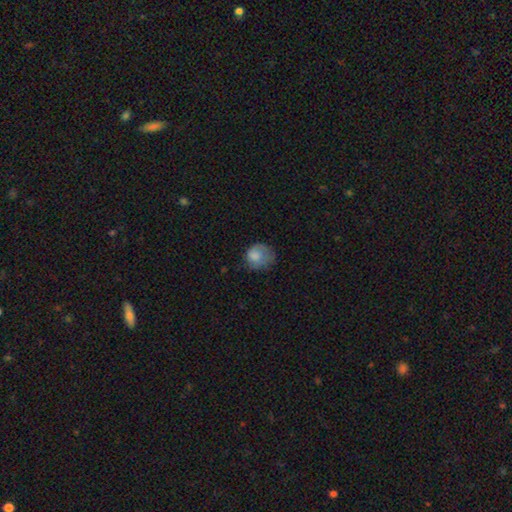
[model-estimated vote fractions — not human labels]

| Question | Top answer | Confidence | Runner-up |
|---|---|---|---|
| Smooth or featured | smooth | 77% | featured or disk (15%) |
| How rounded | round | 67% | in between (33%) |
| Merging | none | 43% | minor disturbance (32%) |